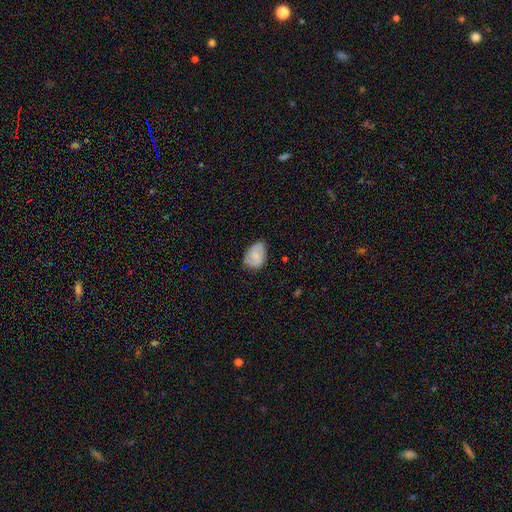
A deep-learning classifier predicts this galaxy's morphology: This appears to be a smooth galaxy with no disk features (67%) that is in between round and cigar-shaped (79%). Merging: none (66%).